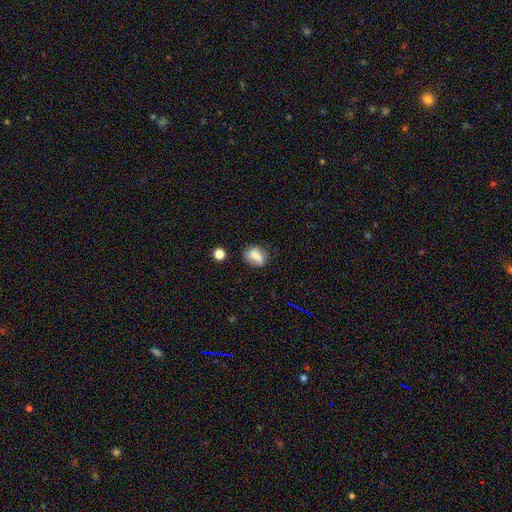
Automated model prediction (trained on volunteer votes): Smooth or featured? smooth (69%)
How rounded? in between (57%)
Merging? none (63%)